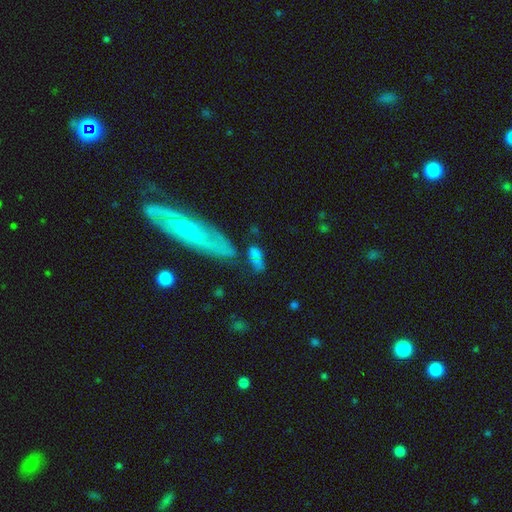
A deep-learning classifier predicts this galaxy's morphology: type=smooth (63%); roundness=in between (75%); merging=none (43%).